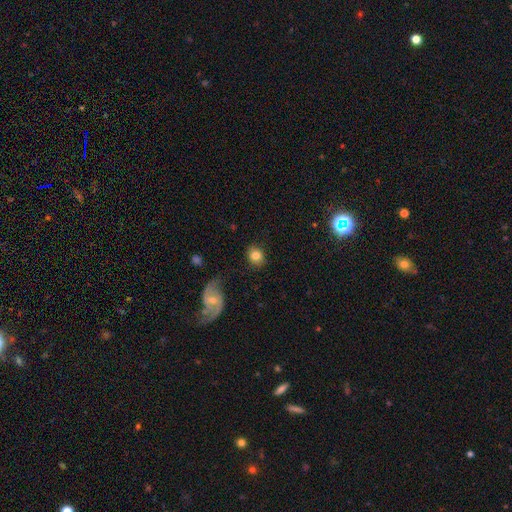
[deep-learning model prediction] smooth_or_featured: smooth (p=0.80) [alt: featured or disk p=0.12]
how_rounded: round (p=0.69) [alt: in between p=0.30]
merging: none (p=0.85) [alt: minor disturbance p=0.10]